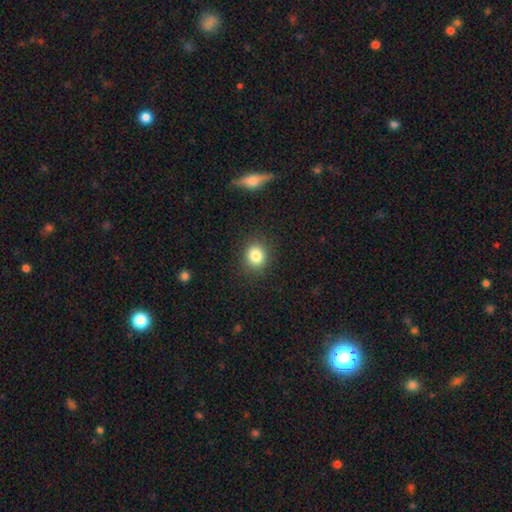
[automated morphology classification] Q: Smooth or featured?
A: smooth (83%); runner-up: star or artifact (11%)
Q: How rounded?
A: round (77%); runner-up: in between (22%)
Q: Merging?
A: none (88%); runner-up: minor disturbance (8%)